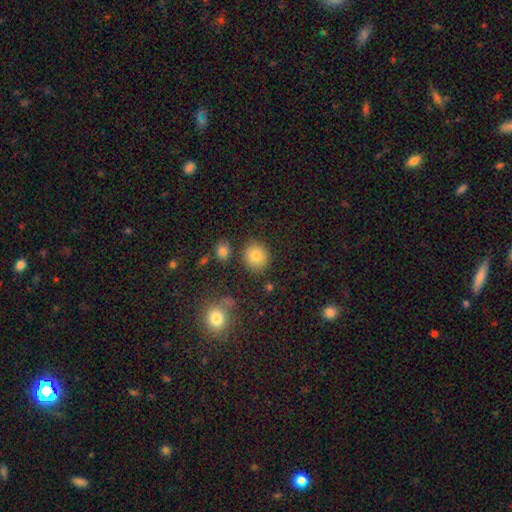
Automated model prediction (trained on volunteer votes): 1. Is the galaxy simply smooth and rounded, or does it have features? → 82% smooth, 11% star or artifact, 8% featured or disk.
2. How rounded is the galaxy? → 85% round, 14% in between, 1% cigar-shaped.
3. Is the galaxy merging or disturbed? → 84% none, 8% minor disturbance, 5% merger, 3% major disturbance.